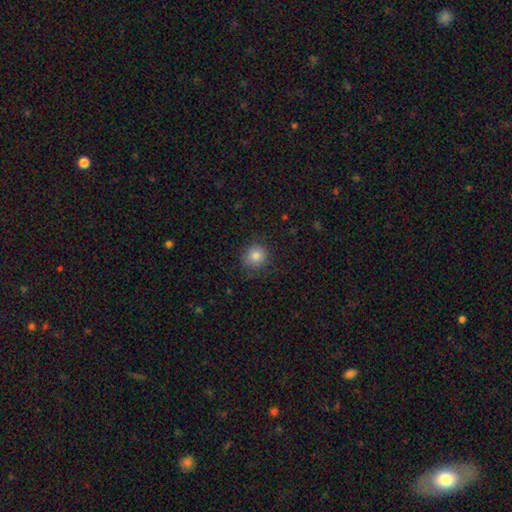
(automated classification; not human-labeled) smooth_or_featured: smooth (p=0.84) [alt: star or artifact p=0.11]
how_rounded: round (p=0.84) [alt: in between p=0.15]
merging: none (p=0.84) [alt: minor disturbance p=0.11]